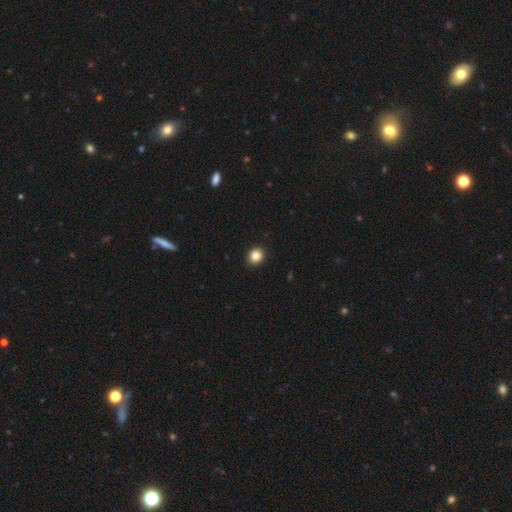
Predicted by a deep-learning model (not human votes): Smooth or featured?
  - smooth: 86% *
  - star or artifact: 11%
  - featured or disk: 3%
How rounded?
  - round: 85% *
  - in between: 14%
  - cigar-shaped: 1%
Merging?
  - none: 92% *
  - minor disturbance: 5%
  - major disturbance: 2%
  - merger: 1%